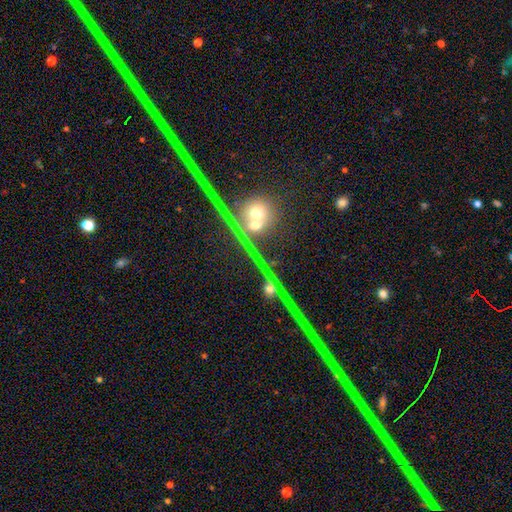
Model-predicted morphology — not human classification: Smooth or featured?
  - star or artifact: 47% *
  - featured or disk: 30%
  - smooth: 24%